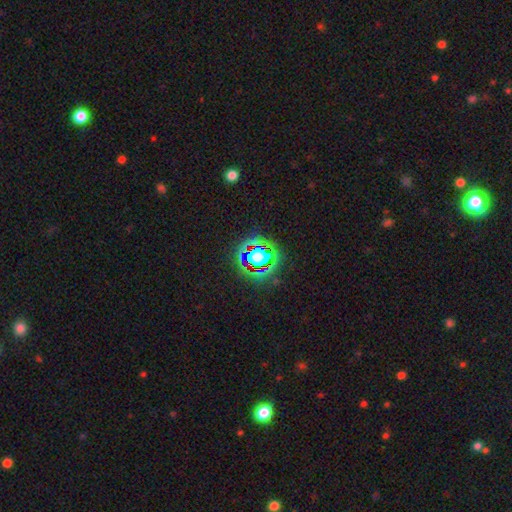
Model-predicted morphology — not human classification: This is clearly a star or artifact rather than a galaxy (80%).